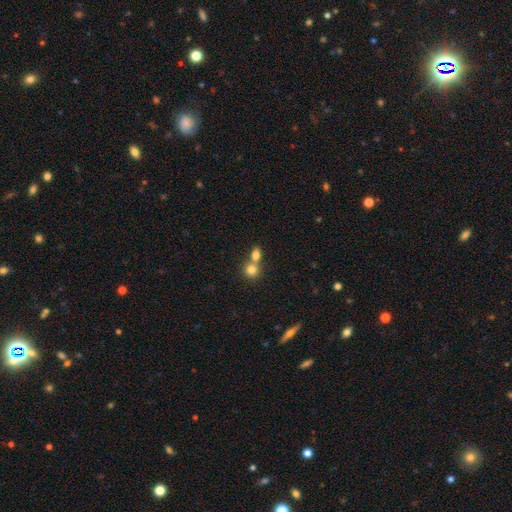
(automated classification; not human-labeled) Smooth or featured: smooth — 79% (star or artifact — 11%)
How rounded: round — 64% (in between — 34%)
Merging: merger — 56% (none — 35%)